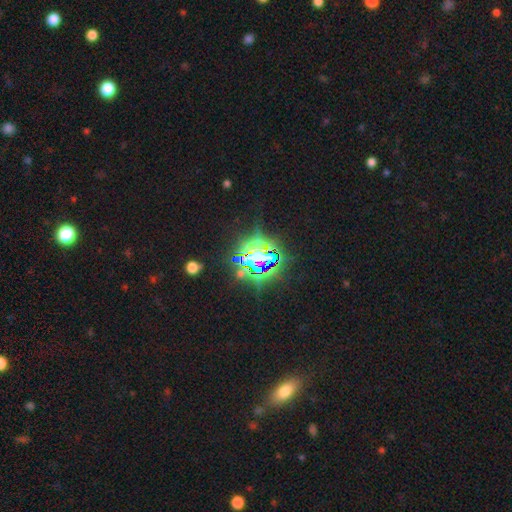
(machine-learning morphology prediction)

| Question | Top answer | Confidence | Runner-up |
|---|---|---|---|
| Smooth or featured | star or artifact | 82% | smooth (10%) |